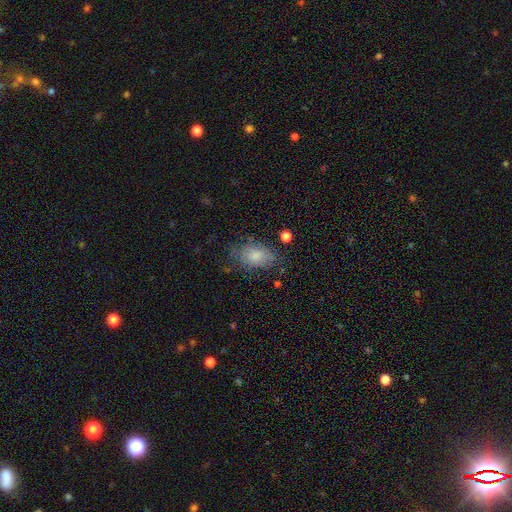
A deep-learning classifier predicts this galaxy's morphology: This is likely a smooth galaxy (80%). How rounded: clearly in between (87%). Merging: likely none (65%).